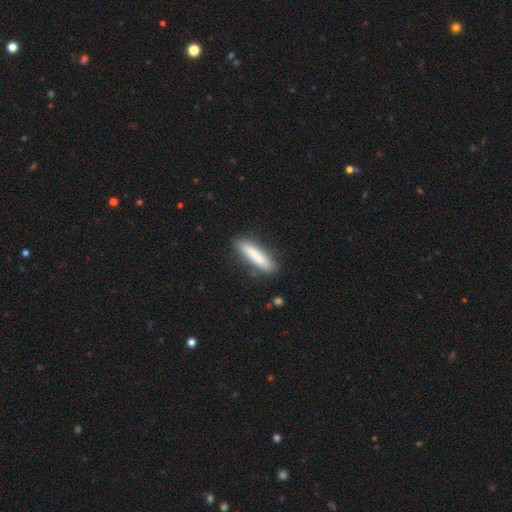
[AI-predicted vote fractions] A smooth galaxy with no disk features (80%) that is cigar-shaped (84%).

Vote fractions:
- Smooth or featured? smooth: 80% / featured or disk: 14% / star or artifact: 6%
- How rounded? cigar-shaped: 84% / in between: 14% / round: 1%
- Merging? none: 83% / minor disturbance: 12% / major disturbance: 3% / merger: 2%